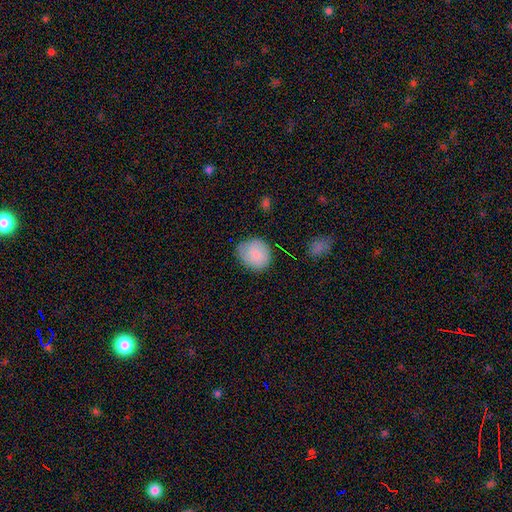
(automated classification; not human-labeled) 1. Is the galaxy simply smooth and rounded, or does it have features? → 85% smooth, 8% featured or disk, 7% star or artifact.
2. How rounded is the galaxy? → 76% round, 23% in between, 1% cigar-shaped.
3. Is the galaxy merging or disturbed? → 74% none, 20% minor disturbance, 4% major disturbance, 2% merger.